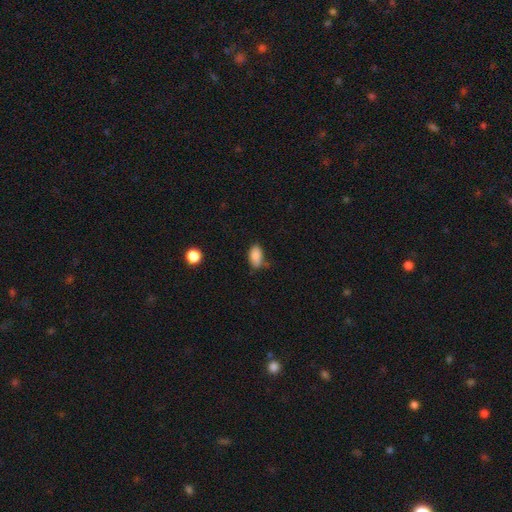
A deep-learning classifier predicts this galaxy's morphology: smooth 86%, star or artifact 9%, featured or disk 5%. Down the decision tree: how rounded — in between (91%); merging — none (62%).